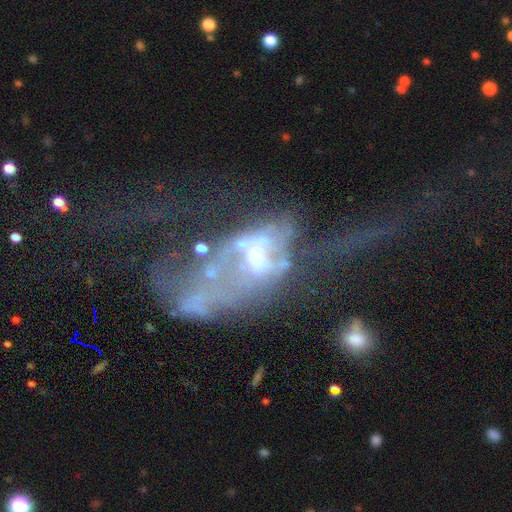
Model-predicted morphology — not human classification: type=featured or disk (67%); edge-on=no (95%); bar=no (71%); spiral arms=no (71%); bulge=moderate (41%); merging=major disturbance (44%).